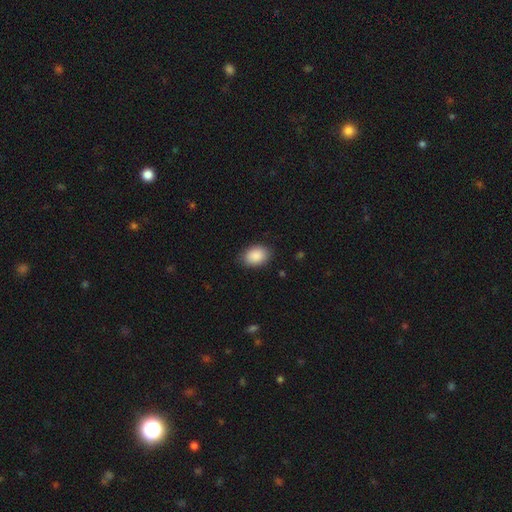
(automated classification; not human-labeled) Smooth or featured: smooth — 89% (star or artifact — 7%)
How rounded: in between — 80% (round — 19%)
Merging: none — 85% (minor disturbance — 11%)